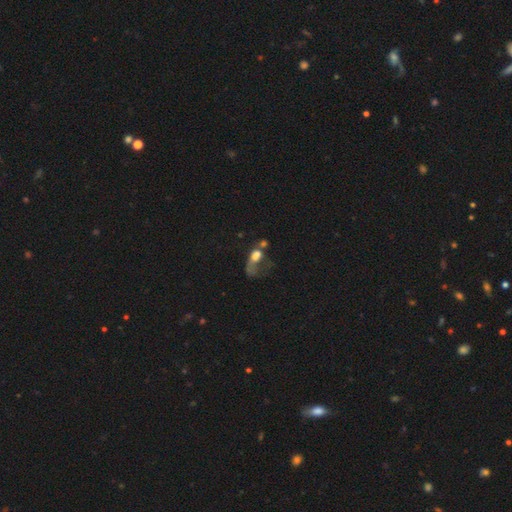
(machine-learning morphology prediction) smooth 51%, featured or disk 36%, star or artifact 14%. Down the decision tree: how rounded — in between (71%); merging — major disturbance (46%).